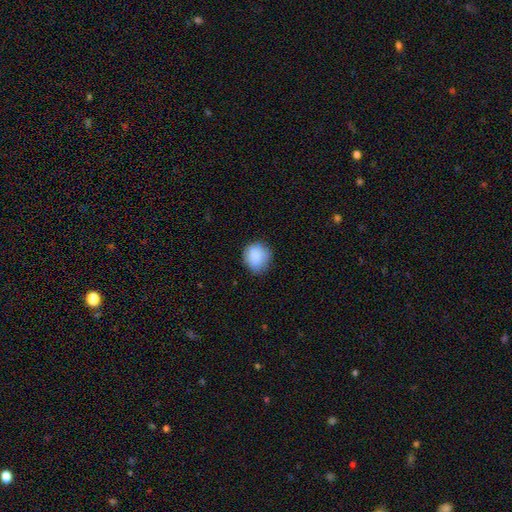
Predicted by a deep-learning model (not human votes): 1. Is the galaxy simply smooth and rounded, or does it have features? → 86% smooth, 8% star or artifact, 6% featured or disk.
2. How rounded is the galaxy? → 72% round, 27% in between, 1% cigar-shaped.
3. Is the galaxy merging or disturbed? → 72% none, 22% minor disturbance, 5% major disturbance, 1% merger.